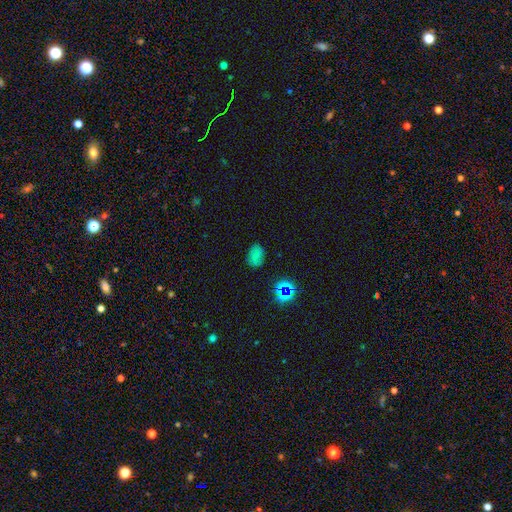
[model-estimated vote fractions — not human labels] smooth_or_featured: smooth (p=0.67) [alt: star or artifact p=0.24]
how_rounded: in between (p=0.75) [alt: round p=0.23]
merging: none (p=0.78) [alt: minor disturbance p=0.16]